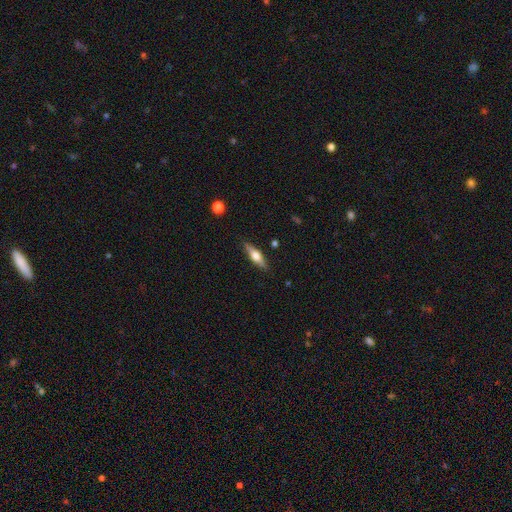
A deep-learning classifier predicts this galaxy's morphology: The model was most divided on "smooth or featured": featured or disk: 52%, smooth: 42%, star or artifact: 6%. More confident: edge-on disk — yes (93%); merging — none (87%).